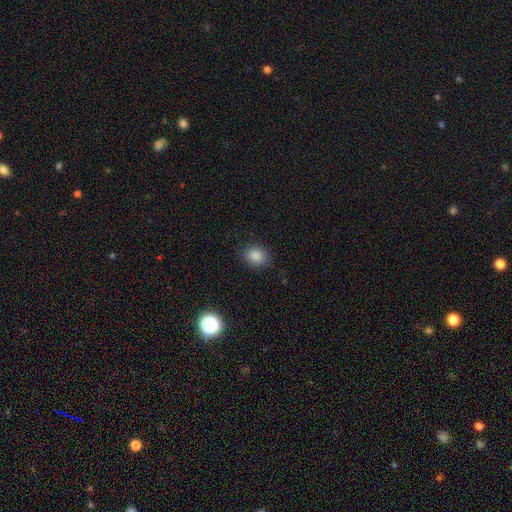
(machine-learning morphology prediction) This is clearly a smooth galaxy (85%). How rounded: possibly in between (50%). Merging: clearly none (84%).